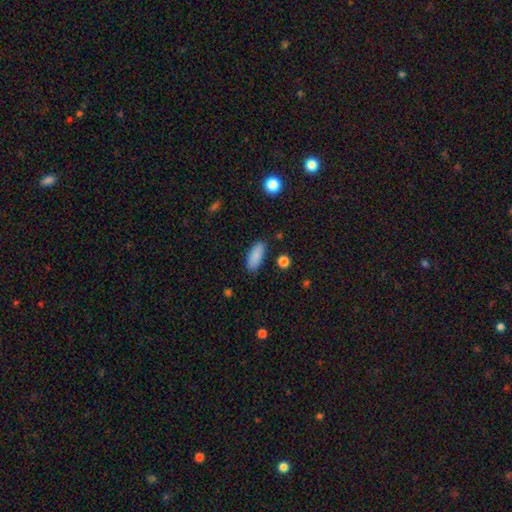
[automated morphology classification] smooth 87%, star or artifact 7%, featured or disk 6%. Down the decision tree: how rounded — in between (77%); merging — none (85%).